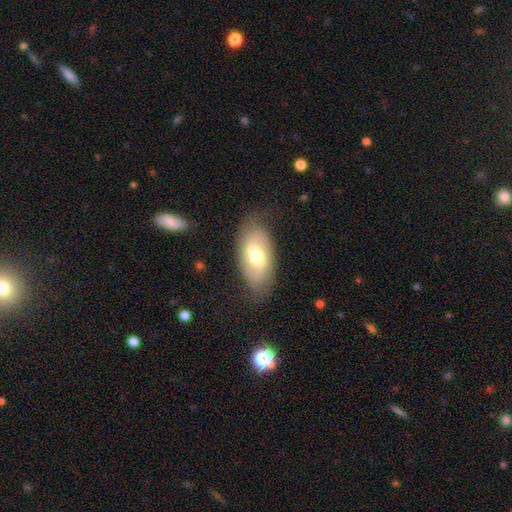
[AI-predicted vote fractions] A smooth galaxy with no disk features (57%) that is in between round and cigar-shaped (93%). Merging: none (74%).